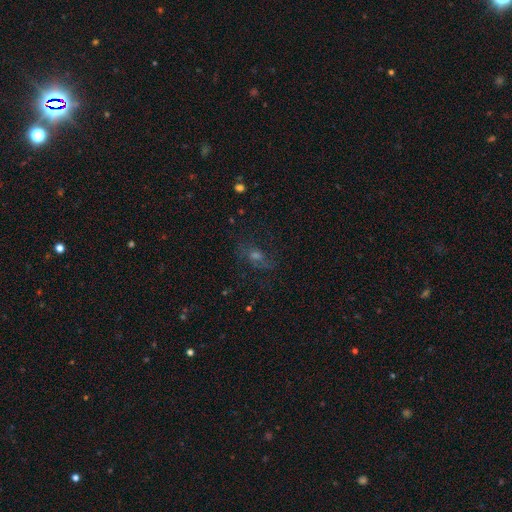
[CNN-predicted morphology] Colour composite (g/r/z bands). It shows a featured or disk galaxy (37%). Merging: none (69%).